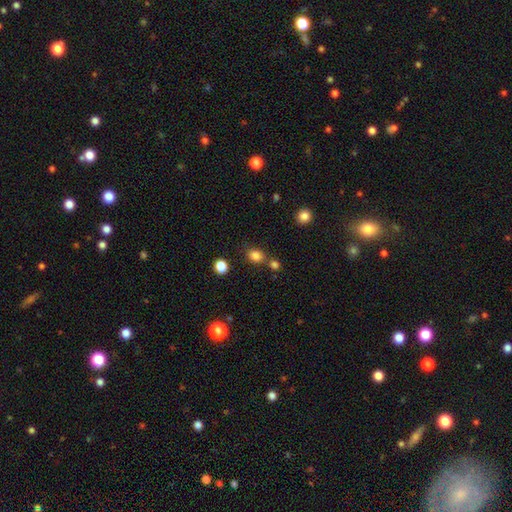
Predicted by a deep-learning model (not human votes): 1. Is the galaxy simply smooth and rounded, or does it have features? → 83% smooth, 13% star or artifact, 5% featured or disk.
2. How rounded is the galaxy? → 50% round, 49% in between, 1% cigar-shaped.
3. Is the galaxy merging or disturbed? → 68% none, 17% merger, 11% minor disturbance, 4% major disturbance.